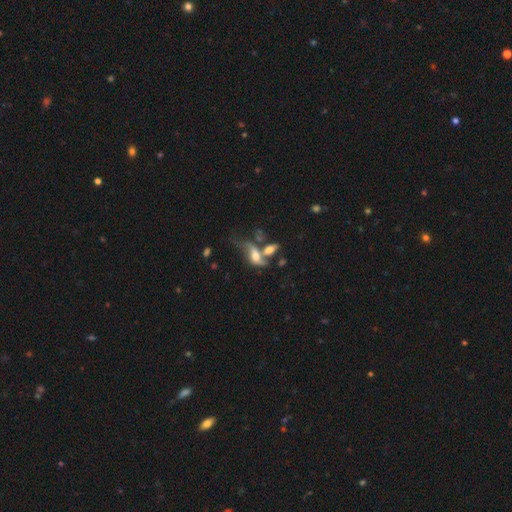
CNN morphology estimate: Smooth or featured? featured or disk (52%)
Edge-on disk? no (81%)
Merging? merger (51%)